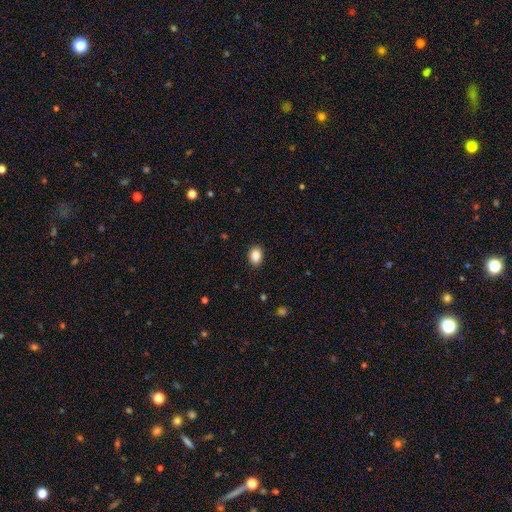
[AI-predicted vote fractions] Smooth or featured? Predicted: smooth (p=0.89). How rounded? Predicted: in between (p=0.72). Merging? Predicted: none (p=0.89).